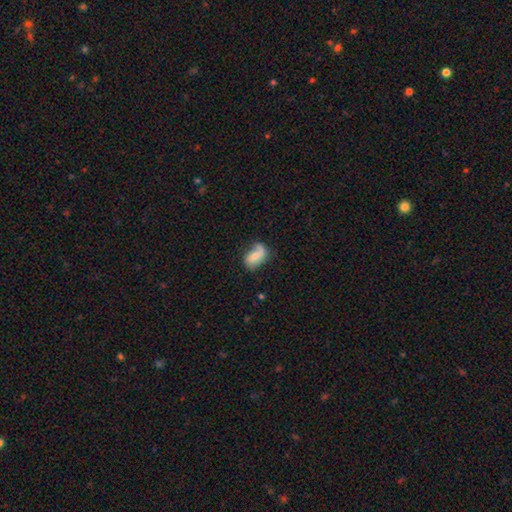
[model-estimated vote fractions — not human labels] Overall: smooth (54%; featured or disk 39%). How rounded: in between (88%). Merging: none (49%; minor disturbance 29%).